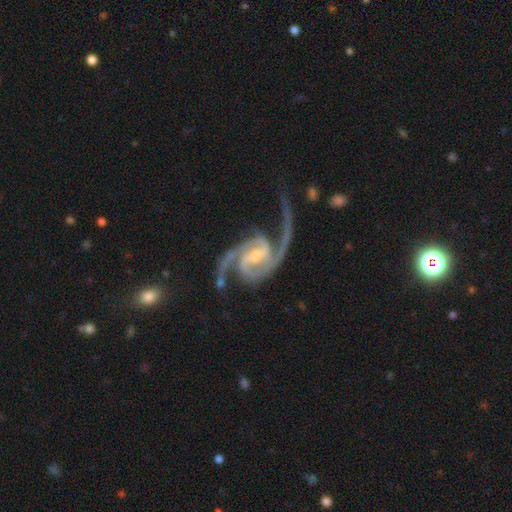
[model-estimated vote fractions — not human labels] smooth-or-featured: featured or disk: 94% | star or artifact: 3% | smooth: 2%
  disk-edge-on: no: 98% | yes: 2%
    bar: weak: 48% | strong: 32% | no: 19%
    has-spiral-arms: yes: 99% | no: 1%
      spiral-winding: medium: 54% | loose: 28% | tight: 18%
      spiral-arm-count: 2: 76% | 3: 11% | can't tell: 4% | 4: 3% | 1: 3% | more than 4: 3%
    bulge-size: small: 52% | moderate: 40% | none: 4% | large: 3% | dominant: 1%
  merging: none: 59% | major disturbance: 21% | minor disturbance: 17% | merger: 4%